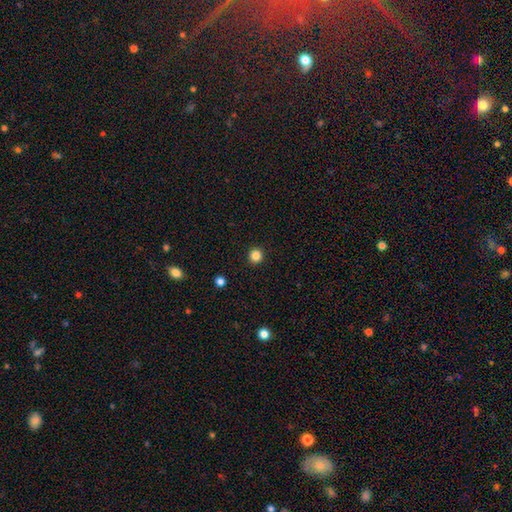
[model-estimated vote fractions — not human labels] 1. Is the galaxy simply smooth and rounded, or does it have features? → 85% smooth, 12% star or artifact, 3% featured or disk.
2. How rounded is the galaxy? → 95% round, 4% in between, 1% cigar-shaped.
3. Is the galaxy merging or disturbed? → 93% none, 4% minor disturbance, 2% major disturbance, 1% merger.